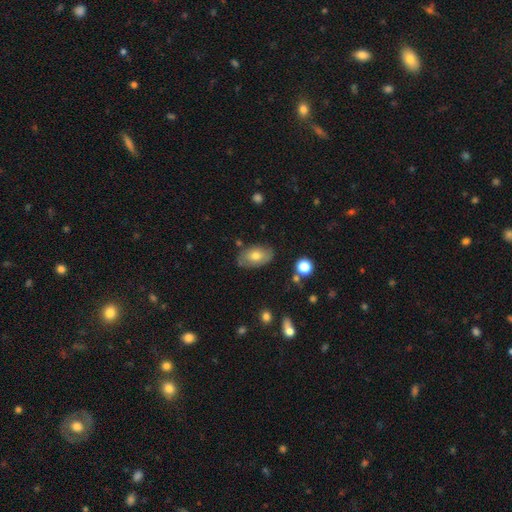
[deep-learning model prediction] The model was most divided on "smooth or featured": smooth: 68%, featured or disk: 25%, star or artifact: 8%. More confident: how rounded — in between (91%); merging — none (77%).